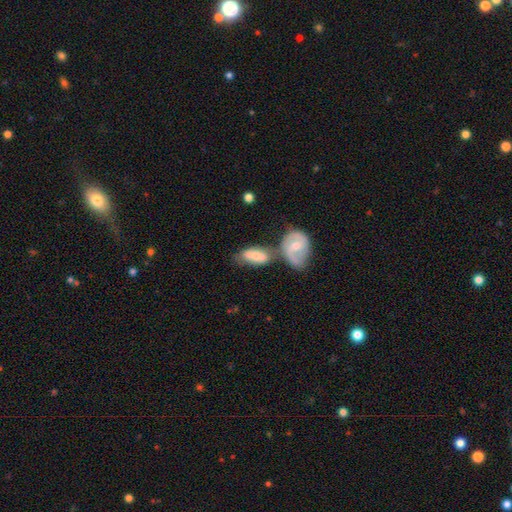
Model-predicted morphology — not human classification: The model was most divided on "merging": merger: 40%, none: 35%, minor disturbance: 17%, major disturbance: 8%. More confident: how rounded — in between (83%); smooth or featured — smooth (52%).